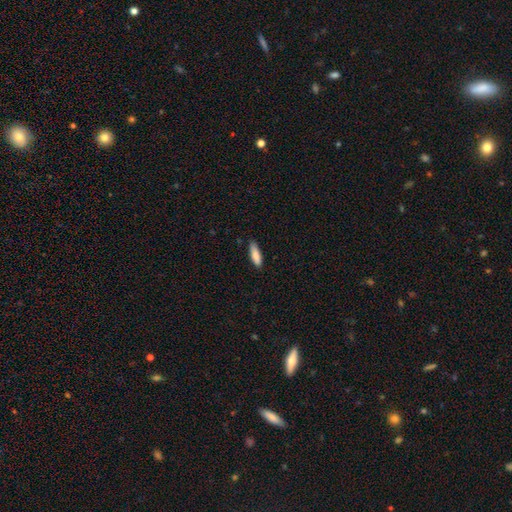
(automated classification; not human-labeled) Smooth or featured? Predicted: smooth (p=0.85). How rounded? Predicted: cigar-shaped (p=0.52). Merging? Predicted: none (p=0.81).